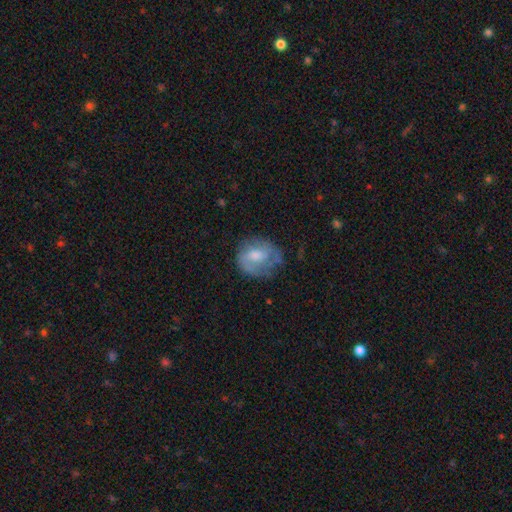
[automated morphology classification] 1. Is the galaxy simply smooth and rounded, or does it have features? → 47% featured or disk, 46% smooth, 7% star or artifact.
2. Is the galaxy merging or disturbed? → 50% none, 28% minor disturbance, 19% major disturbance, 2% merger.